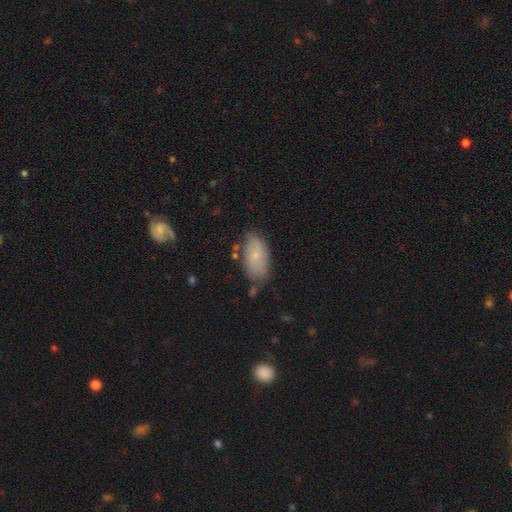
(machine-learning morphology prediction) smooth 68%, featured or disk 24%, star or artifact 8%. Down the decision tree: how rounded — in between (93%); merging — none (69%).